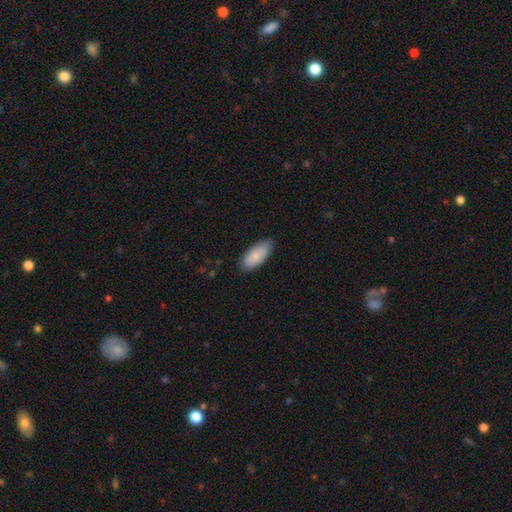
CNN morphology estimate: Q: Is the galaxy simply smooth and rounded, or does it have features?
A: smooth — 83%.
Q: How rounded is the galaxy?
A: in between — 88%.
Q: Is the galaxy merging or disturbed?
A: none — 81%.